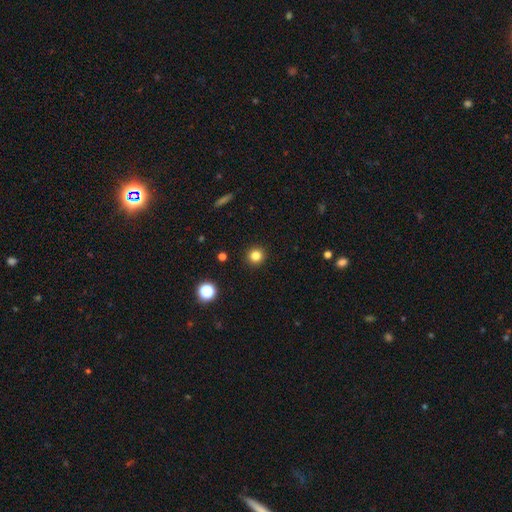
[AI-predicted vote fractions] Smooth or featured? smooth (82%)
How rounded? round (94%)
Merging? none (92%)